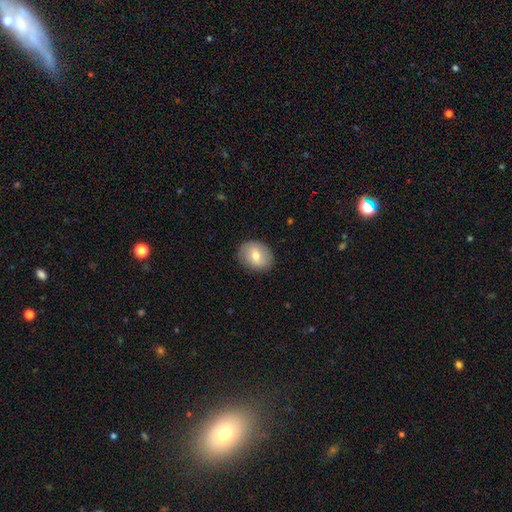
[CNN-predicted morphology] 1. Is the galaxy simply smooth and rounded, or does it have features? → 70% smooth, 23% featured or disk, 7% star or artifact.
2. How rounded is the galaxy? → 53% round, 46% in between, 1% cigar-shaped.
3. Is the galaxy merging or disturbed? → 86% none, 11% minor disturbance, 3% major disturbance, 1% merger.